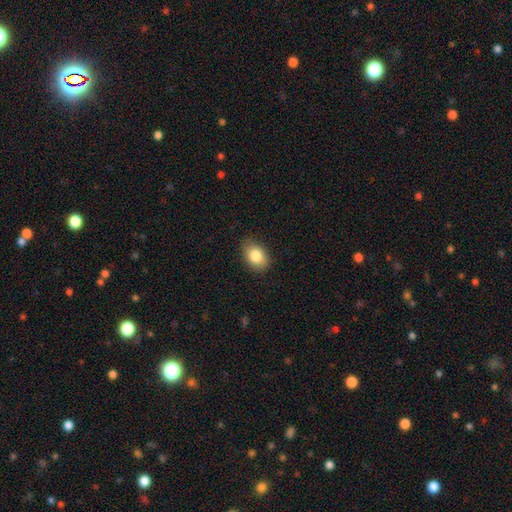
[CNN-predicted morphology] A smooth galaxy with no disk features (84%) that is in between round and cigar-shaped (81%).

Vote fractions:
- Smooth or featured? smooth: 84% / featured or disk: 8% / star or artifact: 8%
- How rounded? in between: 81% / round: 18% / cigar-shaped: 1%
- Merging? none: 84% / minor disturbance: 12% / major disturbance: 2% / merger: 1%